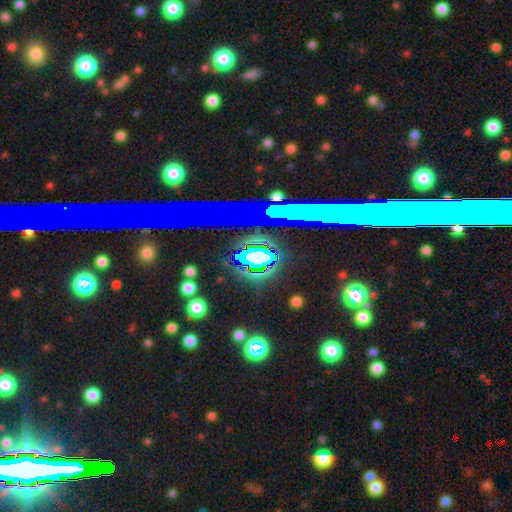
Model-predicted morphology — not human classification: smooth-or-featured: star or artifact: 71% | smooth: 16% | featured or disk: 13%